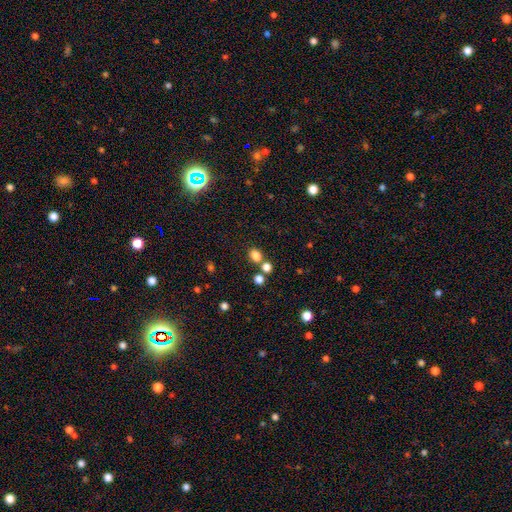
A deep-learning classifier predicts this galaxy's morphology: Overall: smooth (80%). How rounded: round (57%; in between 42%). Merging: none (69%).